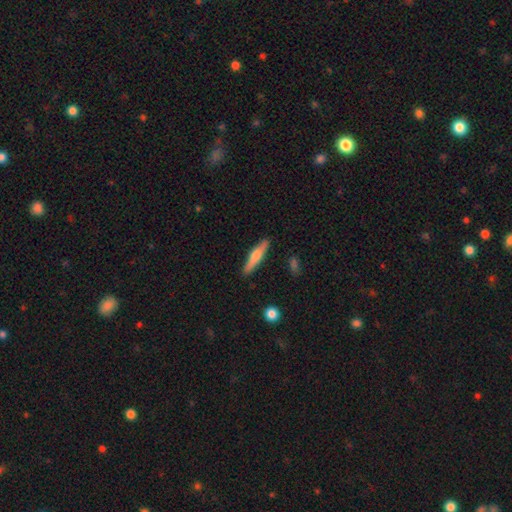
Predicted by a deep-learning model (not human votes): This appears to be a smooth galaxy with no disk features (56%) that is cigar-shaped (86%). Merging: none (88%).